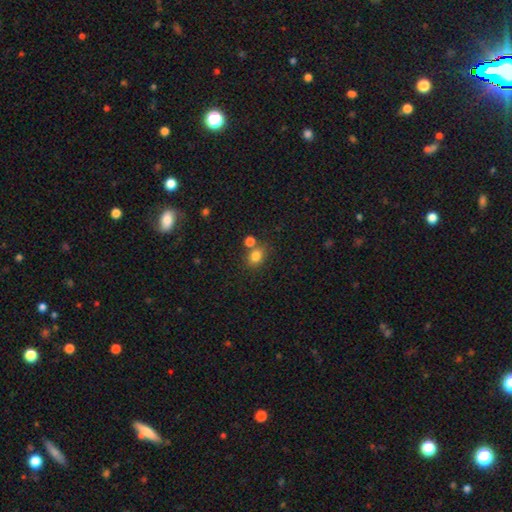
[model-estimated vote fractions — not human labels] A smooth galaxy with no disk features (81%) that is round (51%). Merging: none (63%).